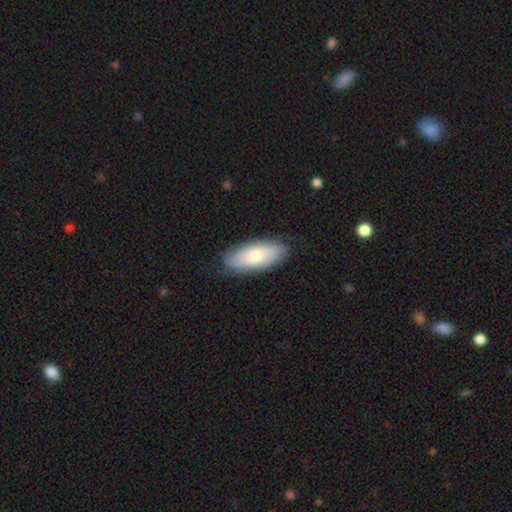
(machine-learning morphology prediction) Smooth or featured? Predicted: smooth (p=0.67). How rounded? Predicted: in between (p=0.81). Merging? Predicted: none (p=0.78).